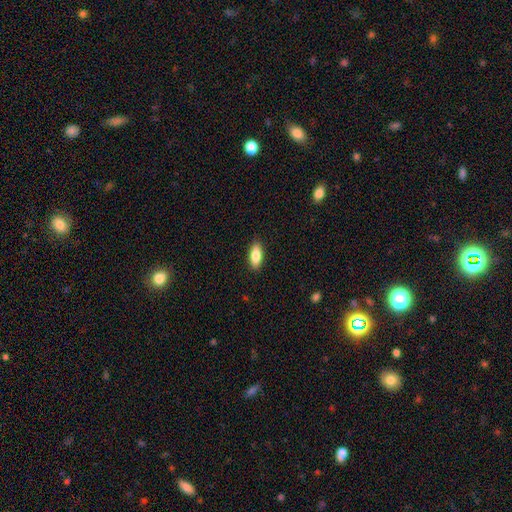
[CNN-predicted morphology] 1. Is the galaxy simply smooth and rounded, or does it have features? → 84% smooth, 10% featured or disk, 6% star or artifact.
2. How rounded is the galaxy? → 80% in between, 17% cigar-shaped, 2% round.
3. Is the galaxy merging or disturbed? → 89% none, 8% minor disturbance, 2% major disturbance, 1% merger.